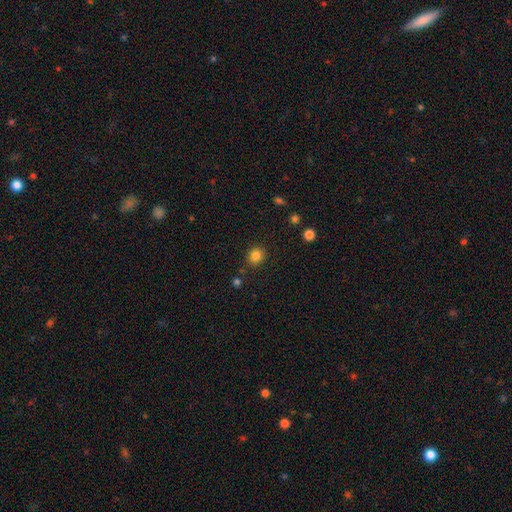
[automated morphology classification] A smooth galaxy with no disk features (83%) that is round (78%).

Vote fractions:
- Smooth or featured? smooth: 83% / star or artifact: 12% / featured or disk: 5%
- How rounded? round: 78% / in between: 22% / cigar-shaped: 1%
- Merging? none: 87% / minor disturbance: 8% / merger: 3% / major disturbance: 2%